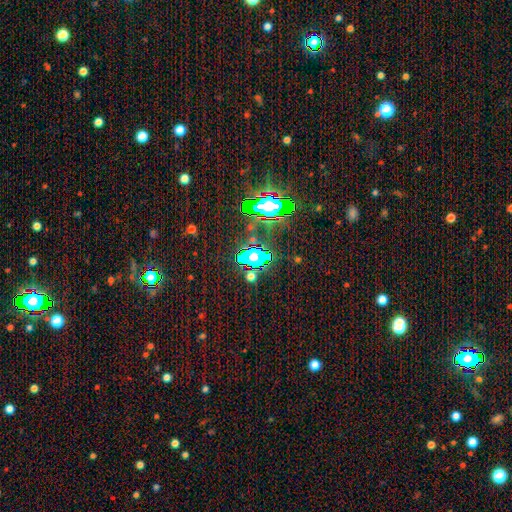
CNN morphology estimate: smooth-or-featured: star or artifact: 70% | smooth: 19% | featured or disk: 11%